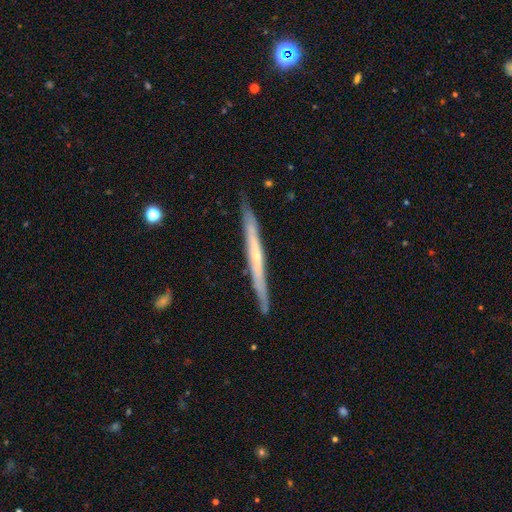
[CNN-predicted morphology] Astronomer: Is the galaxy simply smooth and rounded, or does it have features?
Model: featured or disk — 67%.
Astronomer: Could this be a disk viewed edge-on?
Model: yes — 96%.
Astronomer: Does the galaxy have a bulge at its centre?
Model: none — 57% (runner-up: rounded, 39%).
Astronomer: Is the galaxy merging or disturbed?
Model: none — 88%.